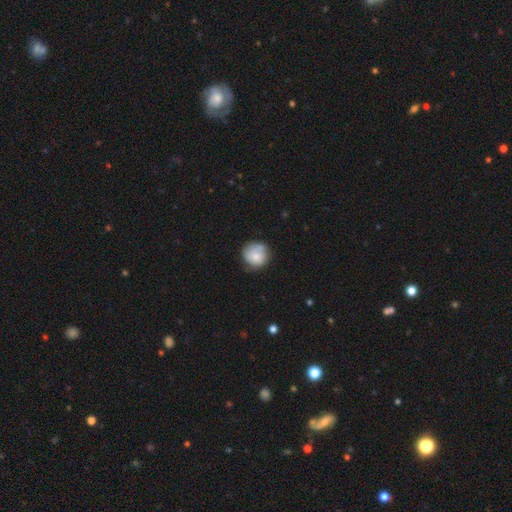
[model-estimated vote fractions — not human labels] smooth 73%, featured or disk 20%, star or artifact 8%. Down the decision tree: how rounded — round (89%); merging — none (61%).